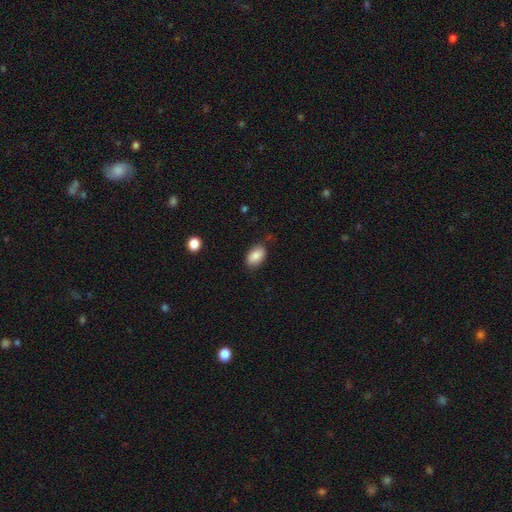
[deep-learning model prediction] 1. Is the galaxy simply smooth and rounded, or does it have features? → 87% smooth, 8% star or artifact, 6% featured or disk.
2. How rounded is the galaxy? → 91% in between, 8% round, 1% cigar-shaped.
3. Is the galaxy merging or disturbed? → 81% none, 14% minor disturbance, 3% major disturbance, 2% merger.